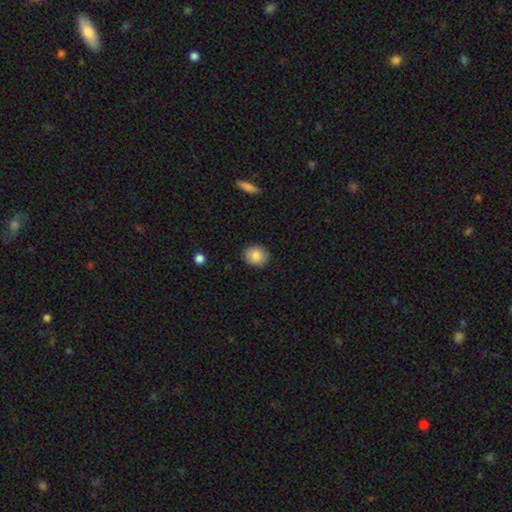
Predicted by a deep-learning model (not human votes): Overall: smooth (86%). How rounded: round (63%; in between 36%). Merging: none (89%).